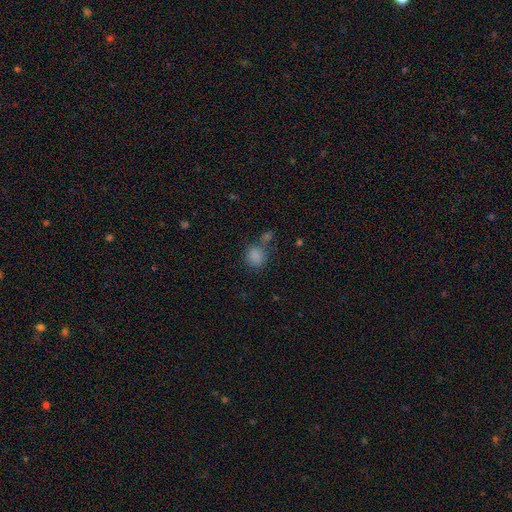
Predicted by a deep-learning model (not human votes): Smooth or featured? smooth (81%)
How rounded? round (63%)
Merging? none (54%)